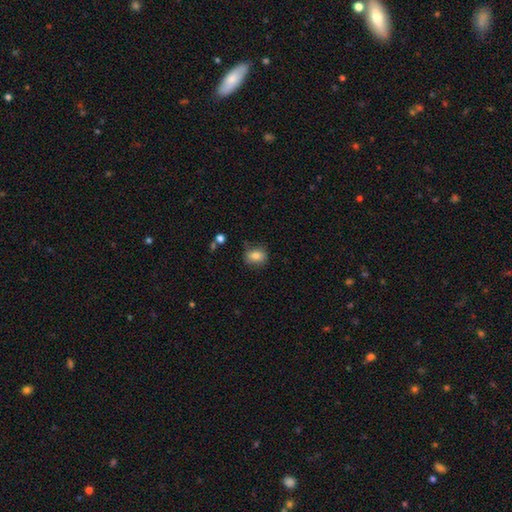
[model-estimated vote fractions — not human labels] Morphology: type=smooth (79%); roundness=round (54%); merging=none (75%).